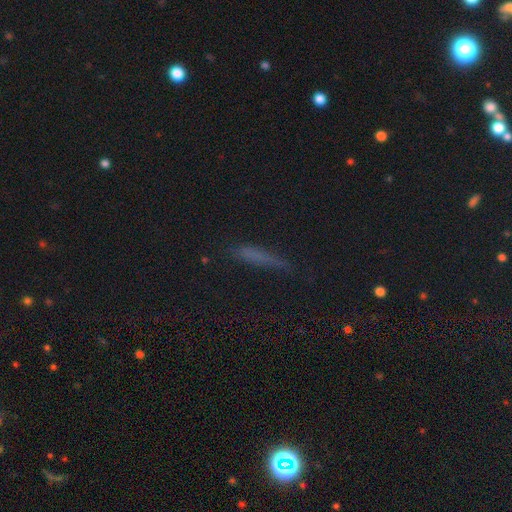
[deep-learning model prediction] Smooth or featured: smooth — 57% (star or artifact — 23%)
How rounded: cigar-shaped — 87% (in between — 10%)
Merging: none — 74% (minor disturbance — 18%)